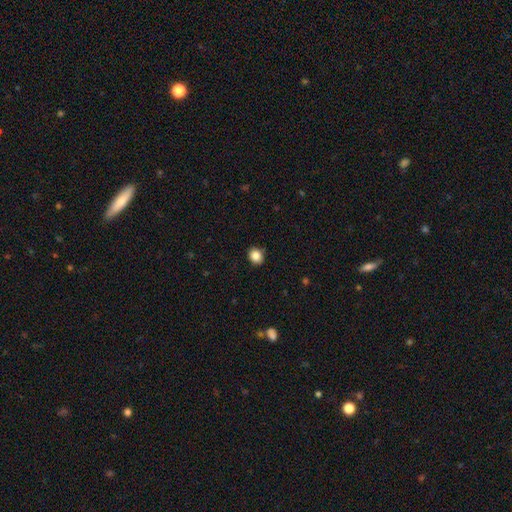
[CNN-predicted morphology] Q: Smooth or featured?
A: smooth (87%); runner-up: star or artifact (10%)
Q: How rounded?
A: round (68%); runner-up: in between (32%)
Q: Merging?
A: none (88%); runner-up: minor disturbance (8%)